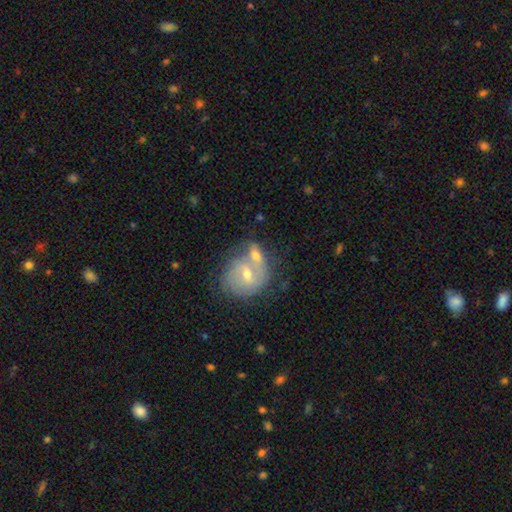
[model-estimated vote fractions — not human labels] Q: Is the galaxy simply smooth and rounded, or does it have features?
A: featured or disk — 50%.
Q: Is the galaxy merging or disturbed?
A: merger — 54%.